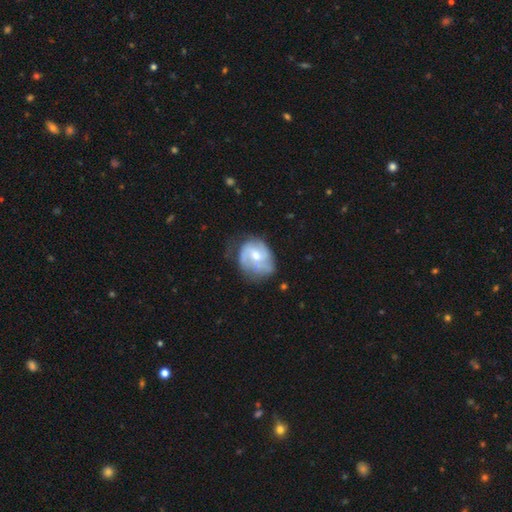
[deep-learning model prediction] Overall: featured or disk (67%). Edge-on disk: no (98%). Bar: no (57%; weak 37%). Spiral arms: yes (83%). Spiral arm count: 3 (30%; can't tell 29%). Spiral winding: medium (43%; tight 36%). Bulge size: moderate (57%; small 37%). Merging: none (52%; minor disturbance 29%).